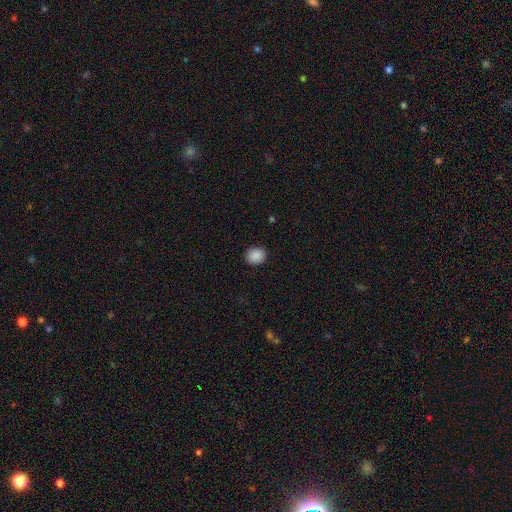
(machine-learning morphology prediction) smooth_or_featured: smooth (p=0.89) [alt: star or artifact p=0.08]
how_rounded: round (p=0.76) [alt: in between p=0.23]
merging: none (p=0.91) [alt: minor disturbance p=0.06]